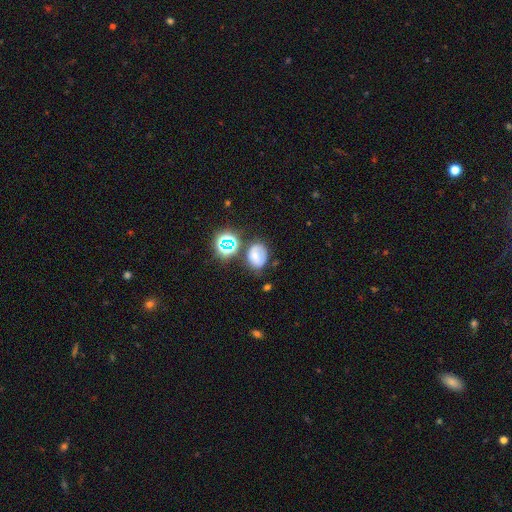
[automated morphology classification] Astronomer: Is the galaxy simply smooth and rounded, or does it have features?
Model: smooth — 56%.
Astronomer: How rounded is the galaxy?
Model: in between — 61% (runner-up: round, 38%).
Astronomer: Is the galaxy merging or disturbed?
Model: none — 61%.